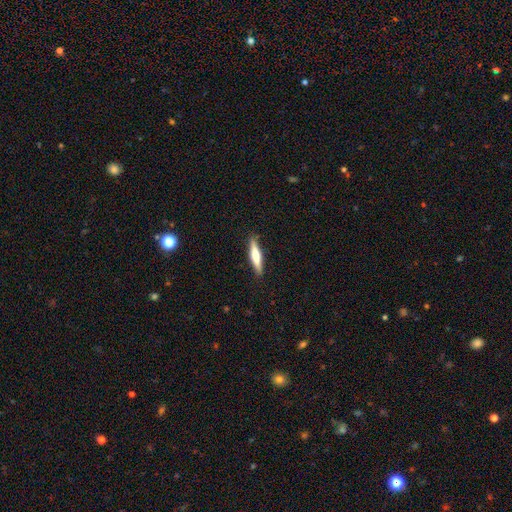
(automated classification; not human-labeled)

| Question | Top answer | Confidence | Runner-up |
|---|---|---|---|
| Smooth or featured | smooth | 62% | featured or disk (33%) |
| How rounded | cigar-shaped | 84% | in between (14%) |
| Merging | none | 88% | minor disturbance (9%) |